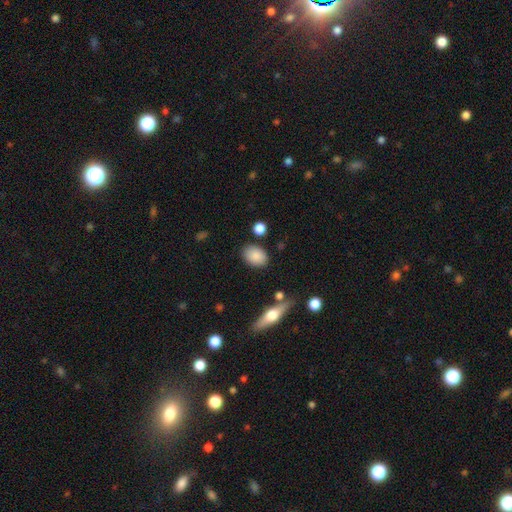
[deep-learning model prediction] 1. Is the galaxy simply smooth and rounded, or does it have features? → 86% smooth, 7% star or artifact, 7% featured or disk.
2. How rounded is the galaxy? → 79% in between, 19% round, 2% cigar-shaped.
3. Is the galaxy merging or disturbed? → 82% none, 11% minor disturbance, 3% merger, 3% major disturbance.